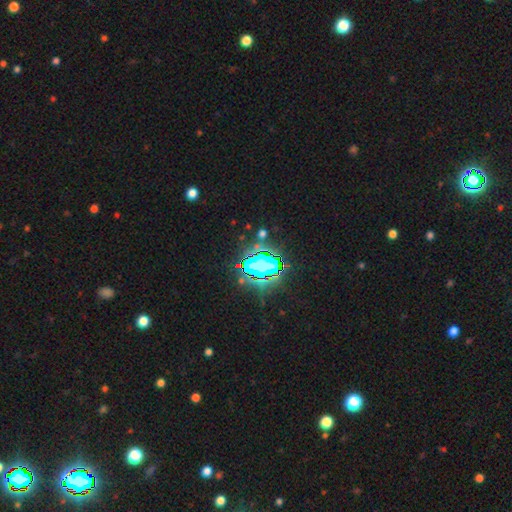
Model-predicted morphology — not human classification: Q: Smooth or featured?
A: star or artifact (74%); runner-up: smooth (15%)